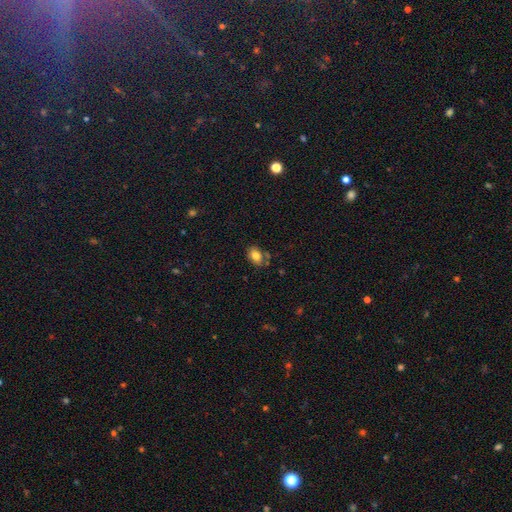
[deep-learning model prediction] The model was most divided on "merging": none: 71%, minor disturbance: 17%, merger: 8%, major disturbance: 4%. More confident: how rounded — in between (81%); smooth or featured — smooth (81%).